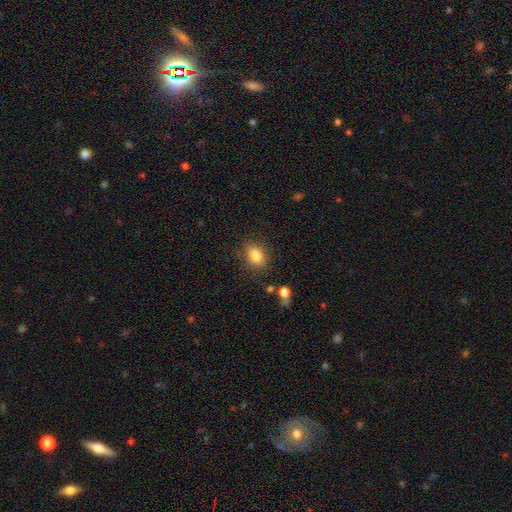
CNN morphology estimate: This appears to be a smooth galaxy with no disk features (83%) that is in between round and cigar-shaped (70%). Merging: none (82%).